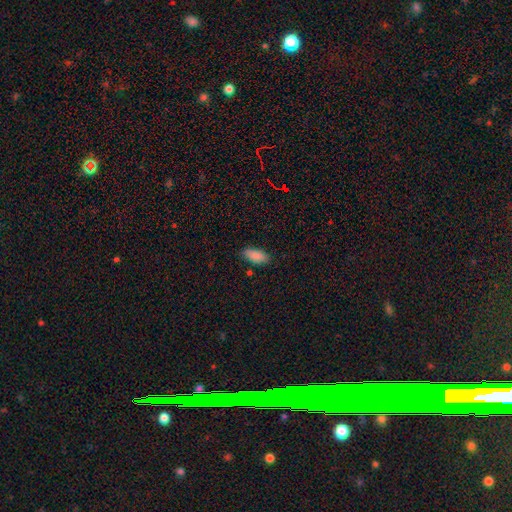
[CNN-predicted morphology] Smooth or featured: smooth — 88% (star or artifact — 7%)
How rounded: in between — 88% (cigar-shaped — 10%)
Merging: none — 83% (minor disturbance — 13%)